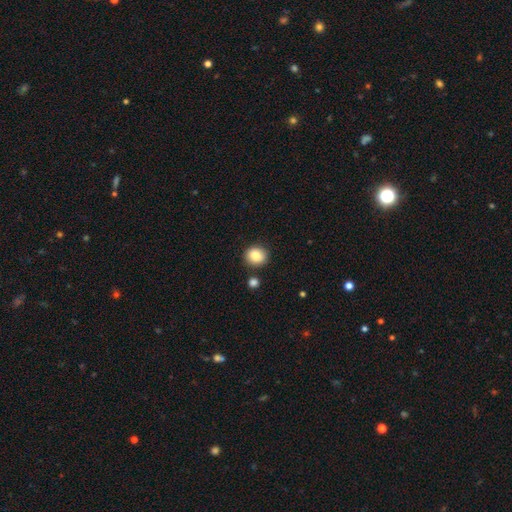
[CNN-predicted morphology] smooth_or_featured: smooth (p=0.86) [alt: star or artifact p=0.09]
how_rounded: round (p=0.80) [alt: in between p=0.19]
merging: none (p=0.84) [alt: minor disturbance p=0.09]